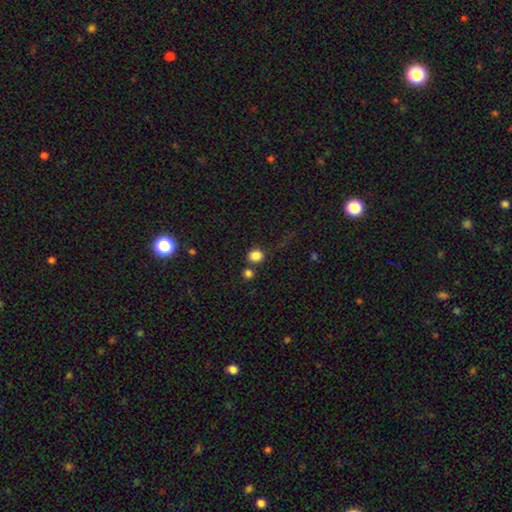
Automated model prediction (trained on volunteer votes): Smooth or featured: smooth — 84% (star or artifact — 11%)
How rounded: round — 77% (in between — 22%)
Merging: none — 69% (merger — 16%)